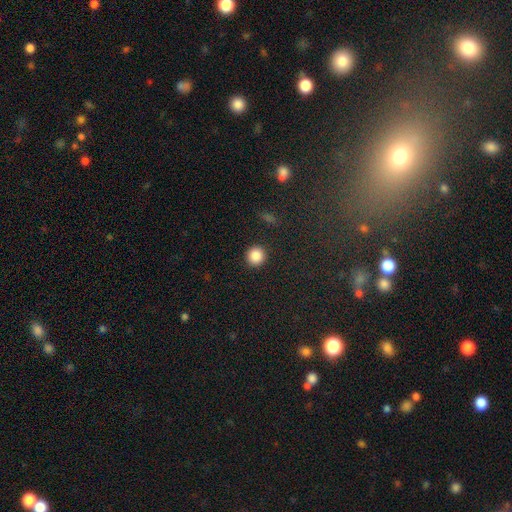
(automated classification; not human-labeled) Morphology: type=smooth (87%); roundness=round (94%); merging=none (92%).